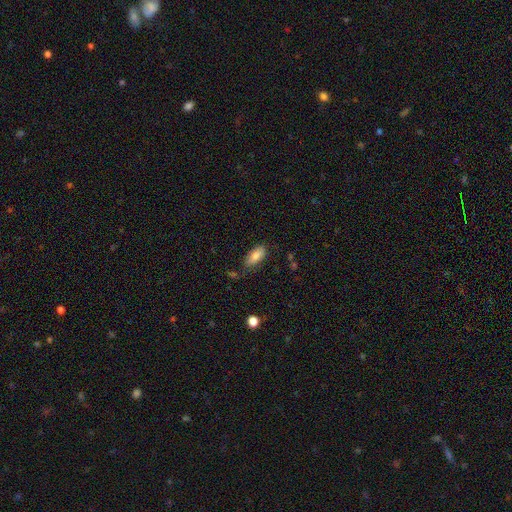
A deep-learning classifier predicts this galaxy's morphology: Smooth or featured? smooth (82%)
How rounded? in between (85%)
Merging? none (71%)